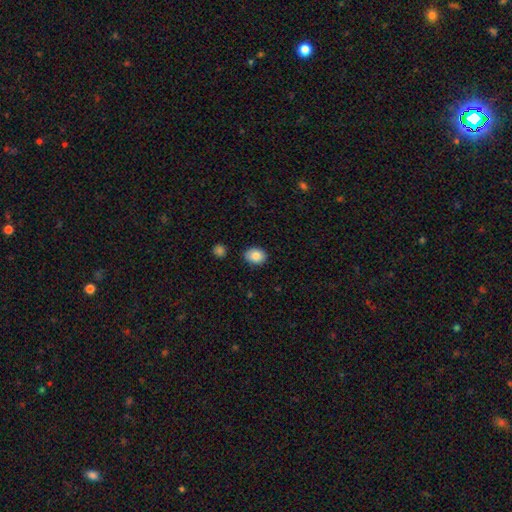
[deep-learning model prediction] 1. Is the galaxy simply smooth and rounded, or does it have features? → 85% smooth, 8% star or artifact, 7% featured or disk.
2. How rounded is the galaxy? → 60% in between, 39% round, 1% cigar-shaped.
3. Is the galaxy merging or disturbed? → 85% none, 11% minor disturbance, 2% major disturbance, 2% merger.